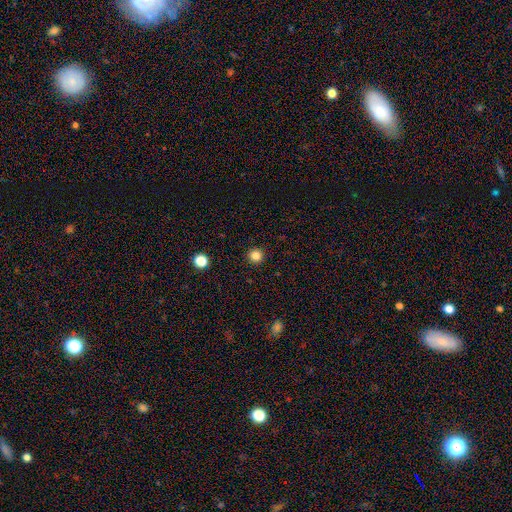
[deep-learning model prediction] The model was most divided on "smooth or featured": smooth: 84%, star or artifact: 12%, featured or disk: 4%. More confident: how rounded — round (94%); merging — none (93%).